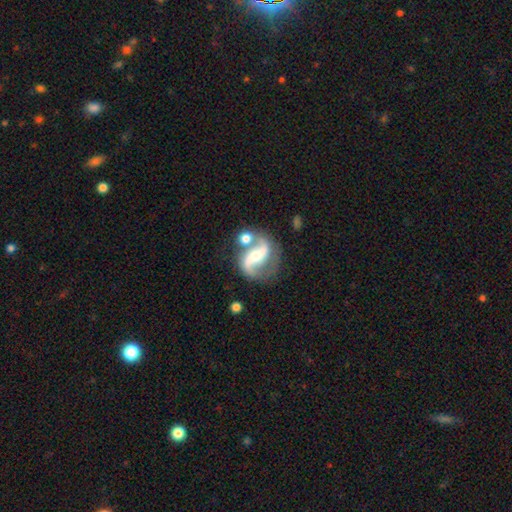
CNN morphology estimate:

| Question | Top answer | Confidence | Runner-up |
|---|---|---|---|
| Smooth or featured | featured or disk | 86% | smooth (8%) |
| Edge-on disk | no | 97% | yes (3%) |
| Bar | strong | 43% | weak (30%) |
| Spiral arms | yes | 96% | no (4%) |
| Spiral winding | loose | 46% | medium (43%) |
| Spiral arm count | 2 | 92% | 1 (3%) |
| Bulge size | moderate | 50% | small (40%) |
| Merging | none | 60% | merger (18%) |